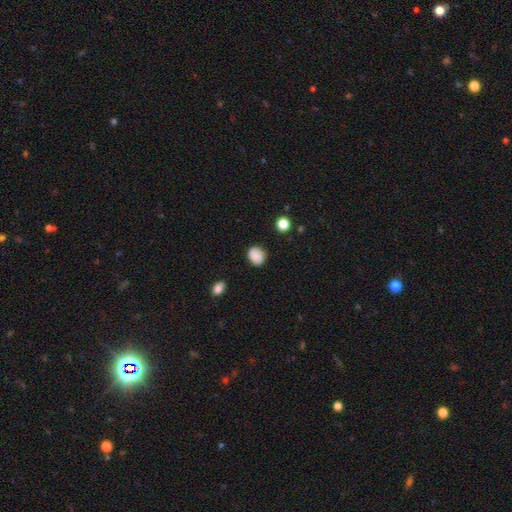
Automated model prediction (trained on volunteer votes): Overall: smooth (84%). How rounded: round (59%; in between 40%). Merging: none (78%).